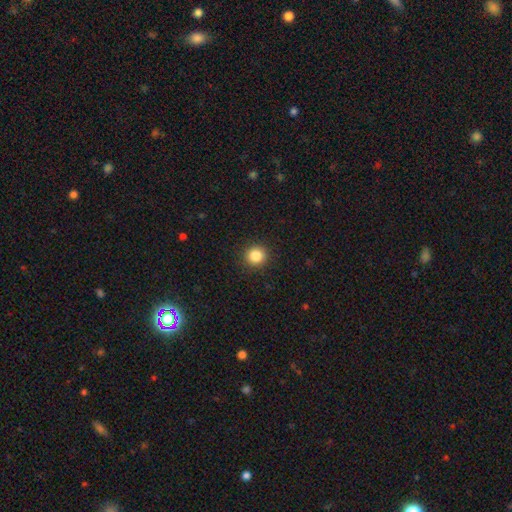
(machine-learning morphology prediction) A smooth galaxy with no disk features (84%) that is round (94%).

Vote fractions:
- Smooth or featured? smooth: 84% / star or artifact: 11% / featured or disk: 5%
- How rounded? round: 94% / in between: 5% / cigar-shaped: 1%
- Merging? none: 92% / minor disturbance: 5% / major disturbance: 2% / merger: 1%